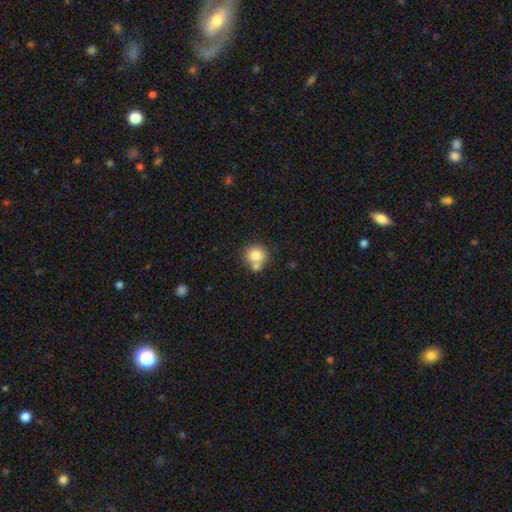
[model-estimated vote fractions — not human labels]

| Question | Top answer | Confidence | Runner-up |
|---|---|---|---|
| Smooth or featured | smooth | 80% | featured or disk (11%) |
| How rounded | round | 84% | in between (15%) |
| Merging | none | 50% | merger (36%) |